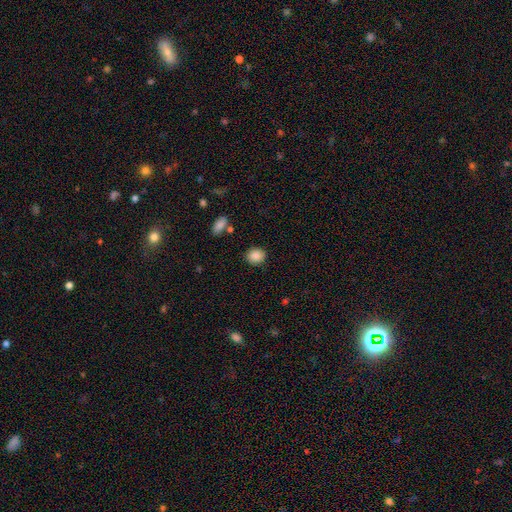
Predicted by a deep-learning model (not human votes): A smooth galaxy with no disk features (87%) that is round (74%).

Vote fractions:
- Smooth or featured? smooth: 87% / star or artifact: 8% / featured or disk: 4%
- How rounded? round: 74% / in between: 25% / cigar-shaped: 1%
- Merging? none: 87% / minor disturbance: 8% / major disturbance: 3% / merger: 2%